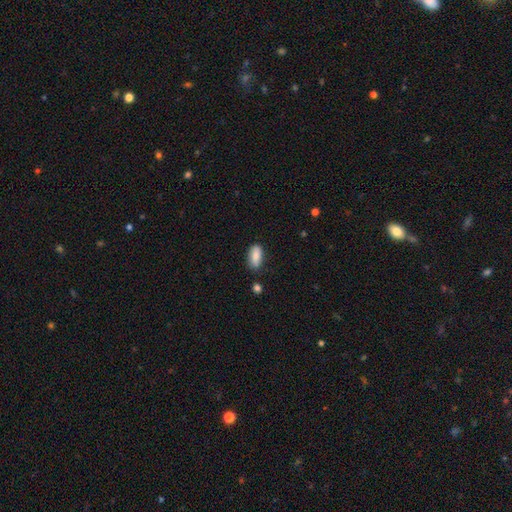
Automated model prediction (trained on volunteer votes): A smooth galaxy with no disk features (85%) that is in between round and cigar-shaped (88%).

Vote fractions:
- Smooth or featured? smooth: 85% / featured or disk: 8% / star or artifact: 7%
- How rounded? in between: 88% / cigar-shaped: 10% / round: 3%
- Merging? none: 79% / minor disturbance: 16% / merger: 3% / major disturbance: 3%